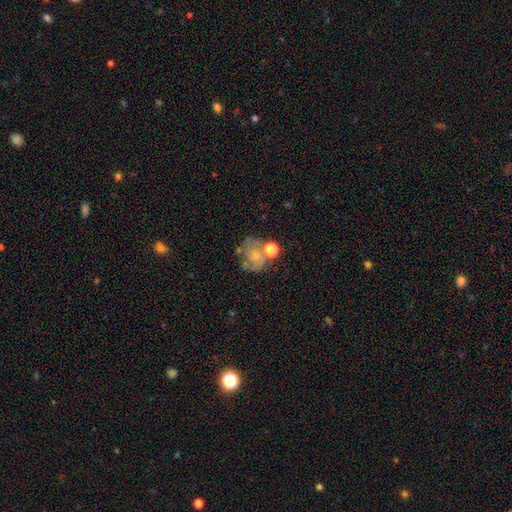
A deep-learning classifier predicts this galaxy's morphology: A featured or disk galaxy (59%) with no bar (75%), spiral arms (78%) and a small central bulge (40%). Merging: none (45%).